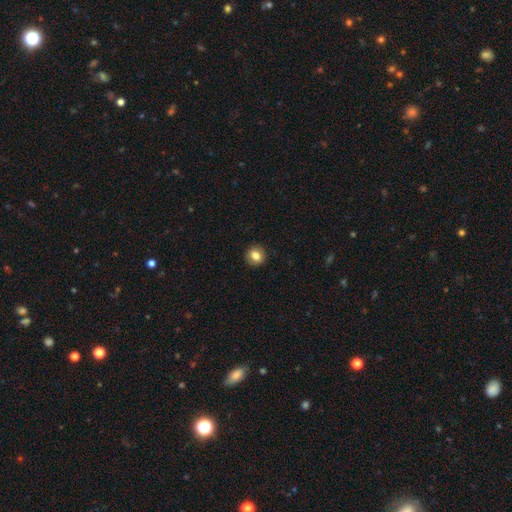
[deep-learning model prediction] The model was most divided on "how rounded": round: 85%, in between: 14%, cigar-shaped: 1%. More confident: merging — none (91%); smooth or featured — smooth (82%).